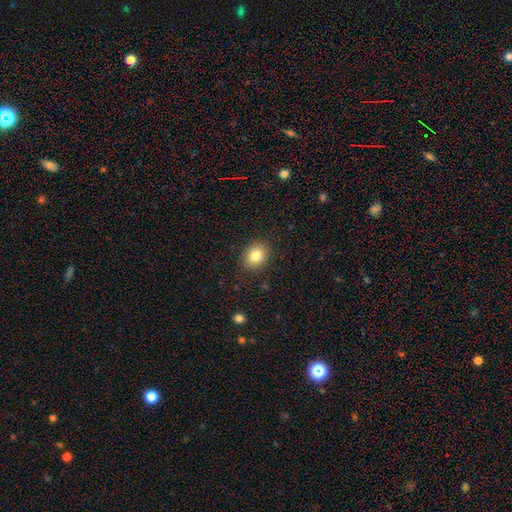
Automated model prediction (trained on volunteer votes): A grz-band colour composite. It shows a smooth galaxy with no disk features (82%) that is round (62%). Merging: none (87%).